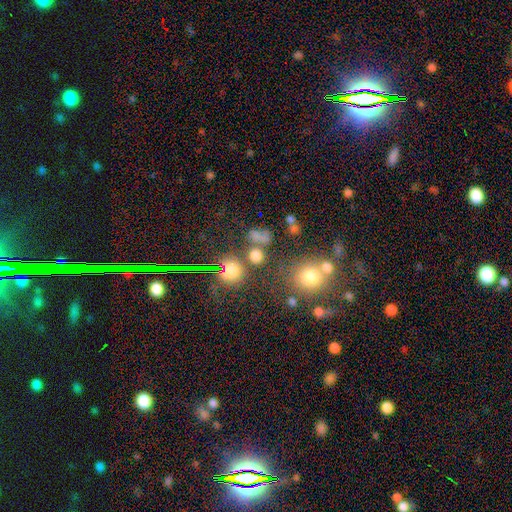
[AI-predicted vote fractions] A smooth galaxy with no disk features (67%) that is round (76%). Merging: none (58%).